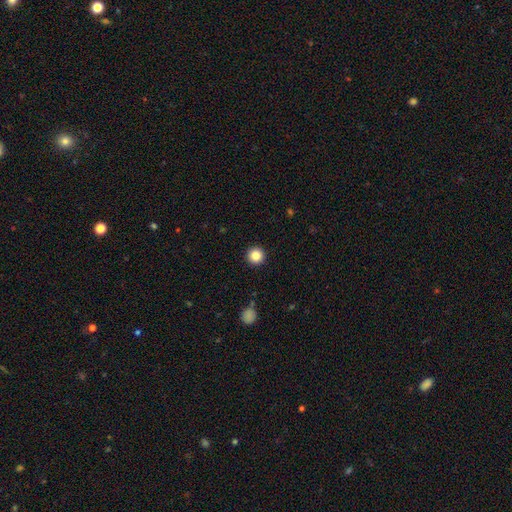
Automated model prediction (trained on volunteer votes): Smooth or featured?
  - smooth: 86% *
  - star or artifact: 10%
  - featured or disk: 4%
How rounded?
  - round: 96% *
  - in between: 3%
  - cigar-shaped: 1%
Merging?
  - none: 92% *
  - minor disturbance: 5%
  - major disturbance: 2%
  - merger: 1%